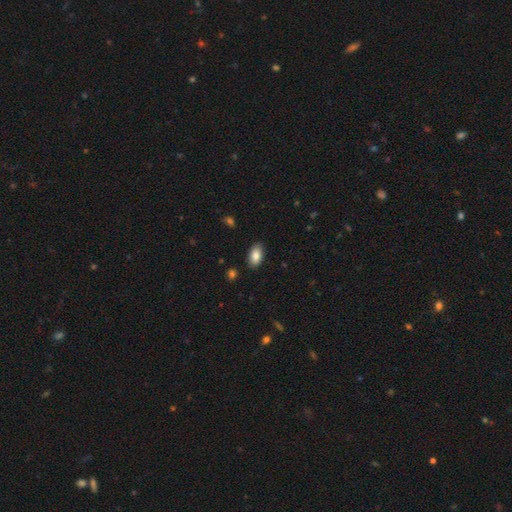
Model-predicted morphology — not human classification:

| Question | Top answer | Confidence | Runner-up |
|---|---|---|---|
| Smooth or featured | smooth | 85% | featured or disk (8%) |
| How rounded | in between | 94% | round (4%) |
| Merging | none | 88% | minor disturbance (9%) |